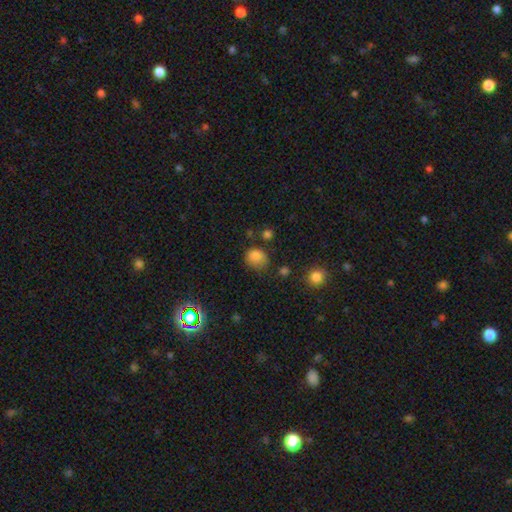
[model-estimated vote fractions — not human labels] This is clearly a smooth galaxy (81%). How rounded: likely round (63%). Merging: possibly none (55%).